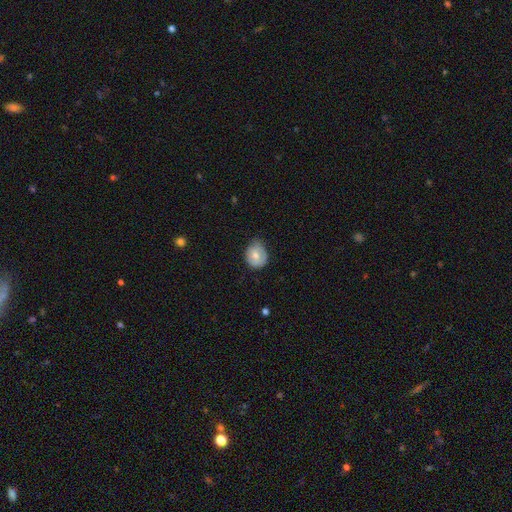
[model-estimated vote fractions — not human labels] Smooth or featured: smooth — 65% (featured or disk — 28%)
How rounded: round — 63% (in between — 36%)
Merging: none — 54% (minor disturbance — 37%)